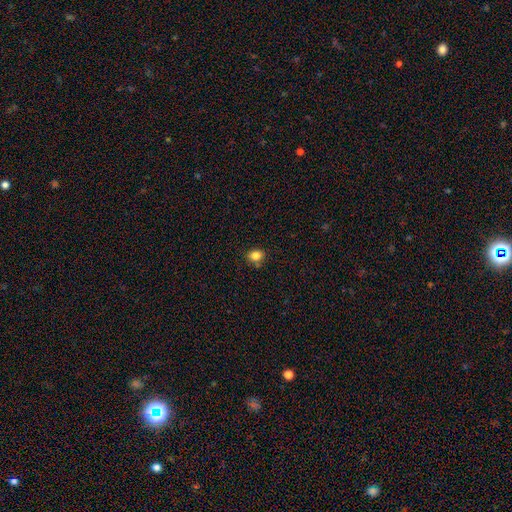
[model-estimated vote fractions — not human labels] A smooth galaxy with no disk features (83%) that is in between round and cigar-shaped (52%). Merging: none (79%).